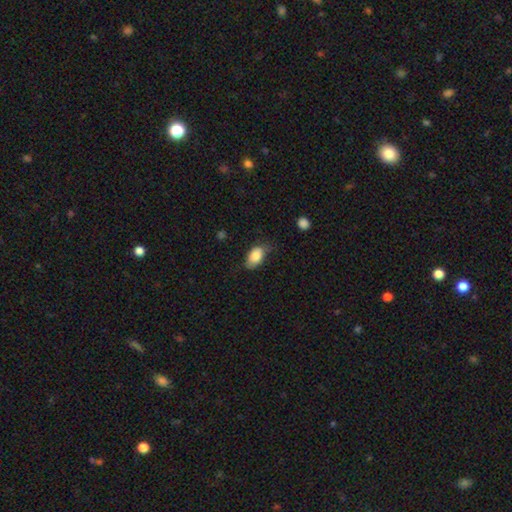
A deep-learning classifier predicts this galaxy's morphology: Smooth or featured? smooth (83%)
How rounded? in between (89%)
Merging? none (58%)